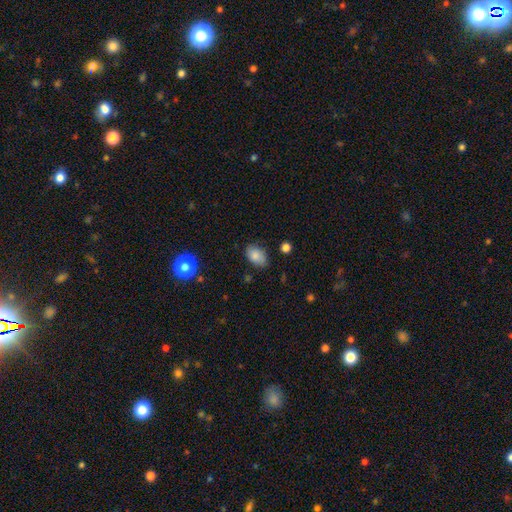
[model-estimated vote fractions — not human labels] Smooth or featured: smooth — 83% (star or artifact — 9%)
How rounded: in between — 86% (round — 12%)
Merging: none — 74% (minor disturbance — 20%)